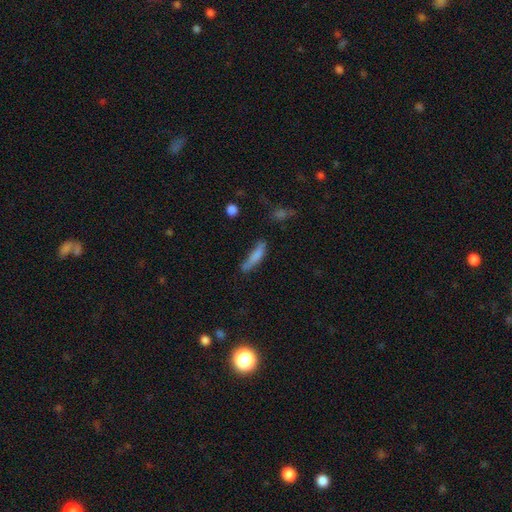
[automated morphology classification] smooth-or-featured: smooth: 75% | featured or disk: 17% | star or artifact: 8%
  how-rounded: cigar-shaped: 78% | in between: 20% | round: 2%
  merging: none: 51% | minor disturbance: 28% | major disturbance: 12% | merger: 8%